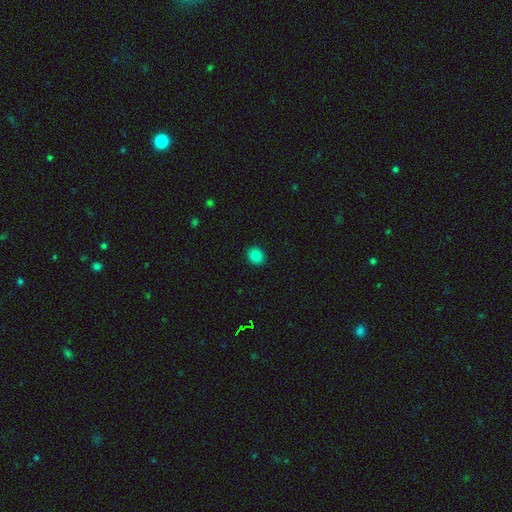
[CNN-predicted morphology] A smooth galaxy with no disk features (84%) that is round (71%).

Vote fractions:
- Smooth or featured? smooth: 84% / star or artifact: 11% / featured or disk: 5%
- How rounded? round: 71% / in between: 28% / cigar-shaped: 1%
- Merging? none: 91% / minor disturbance: 6% / major disturbance: 2% / merger: 1%